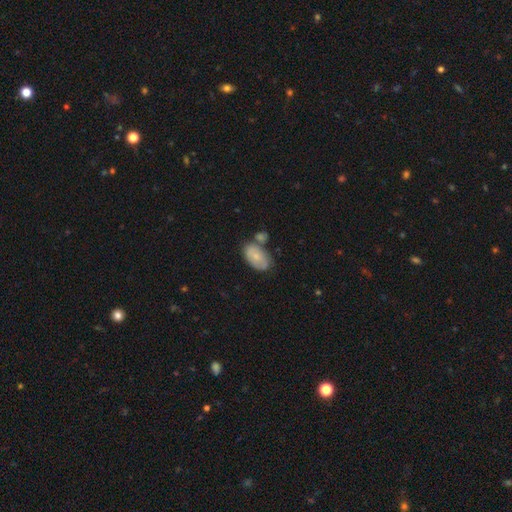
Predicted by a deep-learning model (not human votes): A smooth galaxy with no disk features (69%) that is in between round and cigar-shaped (92%).

Vote fractions:
- Smooth or featured? smooth: 69% / featured or disk: 24% / star or artifact: 7%
- How rounded? in between: 92% / round: 7% / cigar-shaped: 1%
- Merging? none: 46% / merger: 25% / minor disturbance: 22% / major disturbance: 7%